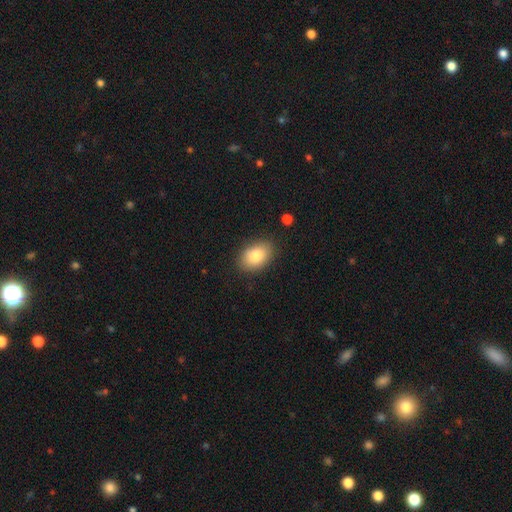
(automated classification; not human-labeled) Smooth or featured?
  - smooth: 82% *
  - featured or disk: 10%
  - star or artifact: 7%
How rounded?
  - in between: 85% *
  - round: 14%
  - cigar-shaped: 1%
Merging?
  - none: 86% *
  - minor disturbance: 10%
  - major disturbance: 3%
  - merger: 1%